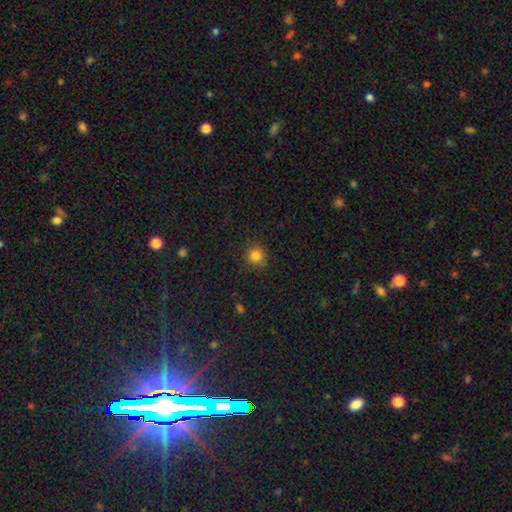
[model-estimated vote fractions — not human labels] A smooth galaxy with no disk features (83%) that is round (90%).

Vote fractions:
- Smooth or featured? smooth: 83% / star or artifact: 13% / featured or disk: 5%
- How rounded? round: 90% / in between: 9% / cigar-shaped: 1%
- Merging? none: 87% / minor disturbance: 9% / major disturbance: 3% / merger: 1%